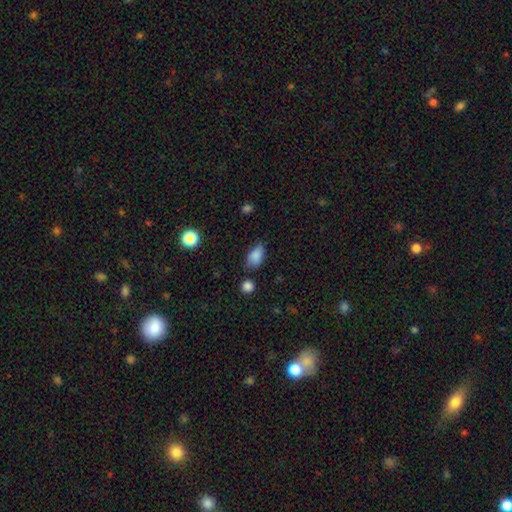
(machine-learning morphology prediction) A smooth galaxy with no disk features (85%) that is in between round and cigar-shaped (89%). Merging: none (61%).